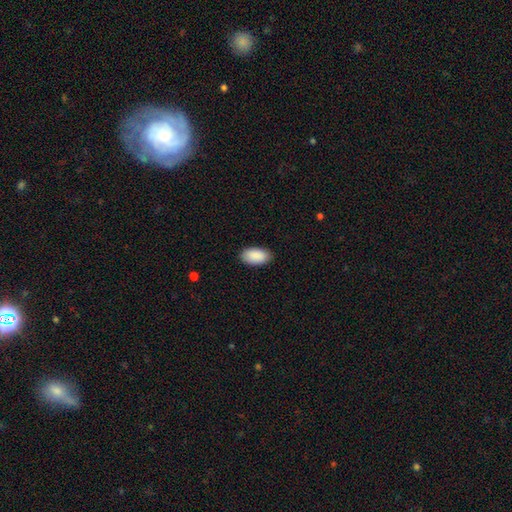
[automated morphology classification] This is clearly a smooth galaxy (90%). How rounded: clearly in between (96%). Merging: clearly none (86%).